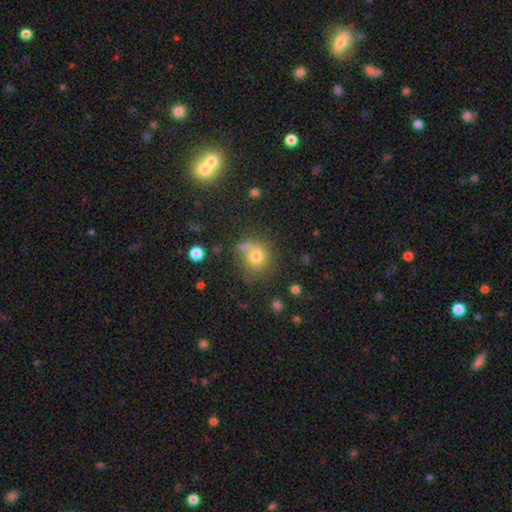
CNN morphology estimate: The model was most divided on "merging": none: 57%, merger: 20%, minor disturbance: 16%, major disturbance: 7%. More confident: how rounded — round (81%); smooth or featured — smooth (75%).